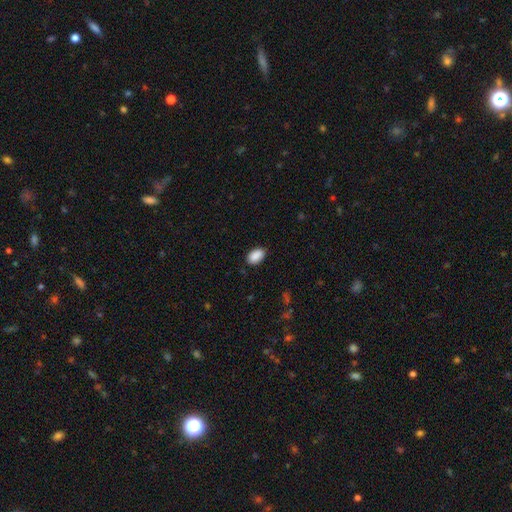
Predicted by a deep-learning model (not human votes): Smooth or featured?
  - smooth: 90% *
  - star or artifact: 7%
  - featured or disk: 3%
How rounded?
  - in between: 92% *
  - round: 6%
  - cigar-shaped: 1%
Merging?
  - none: 86% *
  - minor disturbance: 11%
  - major disturbance: 2%
  - merger: 1%